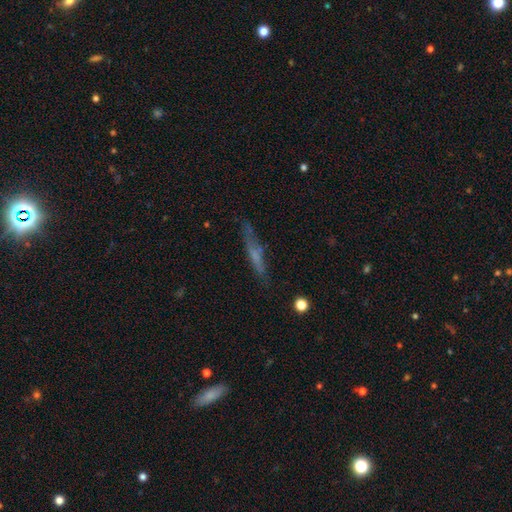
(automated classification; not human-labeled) Smooth or featured? smooth (50%)
How rounded? cigar-shaped (87%)
Merging? none (69%)